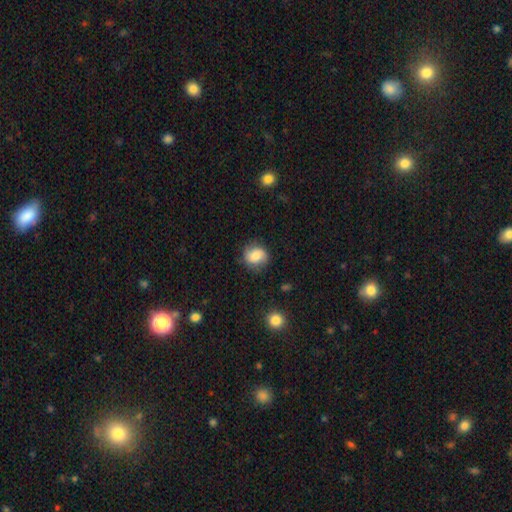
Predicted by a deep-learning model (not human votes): This is likely a smooth galaxy (69%). How rounded: likely round (72%). Merging: likely none (76%).